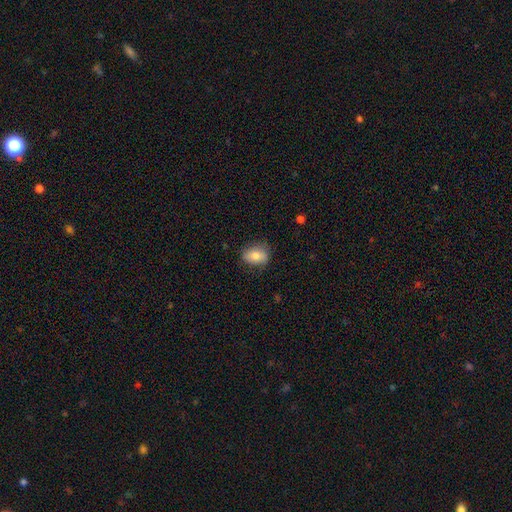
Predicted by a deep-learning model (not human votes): This appears to be a smooth galaxy with no disk features (77%) that is in between round and cigar-shaped (74%). Merging: none (72%).